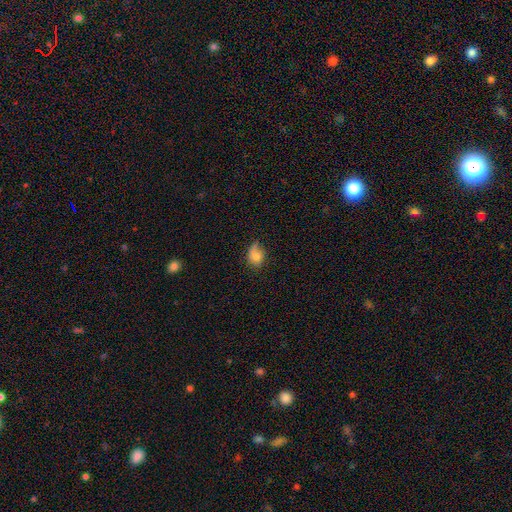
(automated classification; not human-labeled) smooth_or_featured: smooth (p=0.76) [alt: featured or disk p=0.14]
how_rounded: in between (p=0.63) [alt: round p=0.35]
merging: none (p=0.41) [alt: minor disturbance p=0.37]